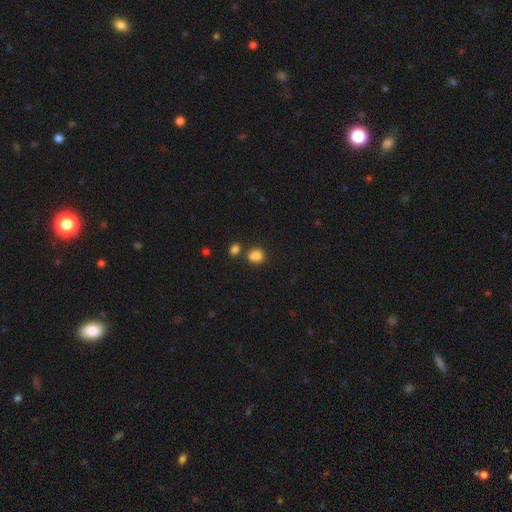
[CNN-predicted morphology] Smooth or featured: smooth — 84% (star or artifact — 11%)
How rounded: round — 60% (in between — 38%)
Merging: none — 59% (merger — 23%)